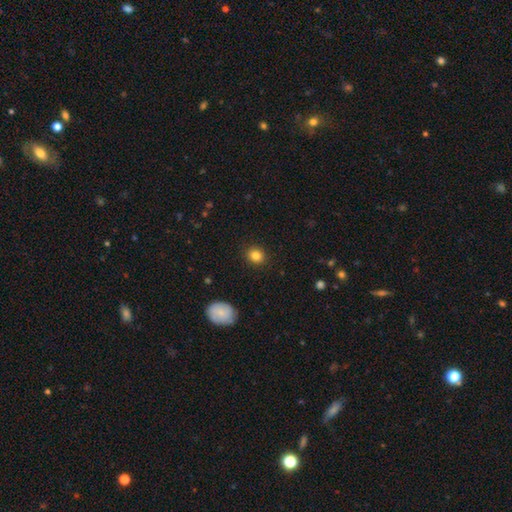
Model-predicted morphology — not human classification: Q: Smooth or featured?
A: smooth (84%); runner-up: star or artifact (10%)
Q: How rounded?
A: round (75%); runner-up: in between (24%)
Q: Merging?
A: none (90%); runner-up: minor disturbance (7%)